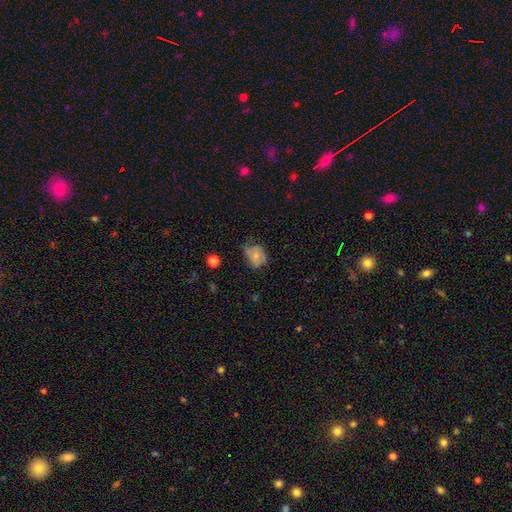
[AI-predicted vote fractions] Smooth or featured? Predicted: smooth (p=0.63). How rounded? Predicted: in between (p=0.50). Merging? Predicted: none (p=0.42).